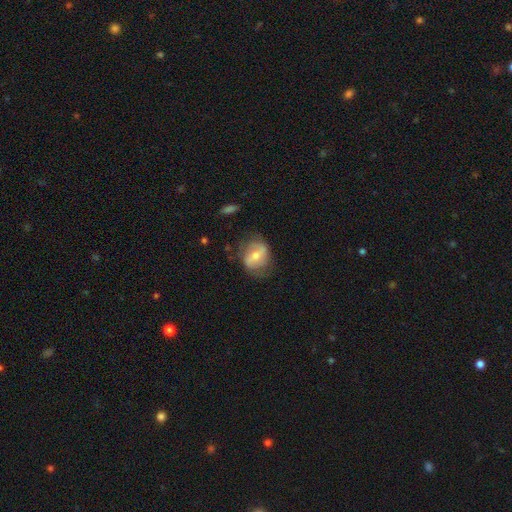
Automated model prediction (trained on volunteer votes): Overall: featured or disk (52%; smooth 41%). Edge-on disk: no (95%). Merging: none (64%).